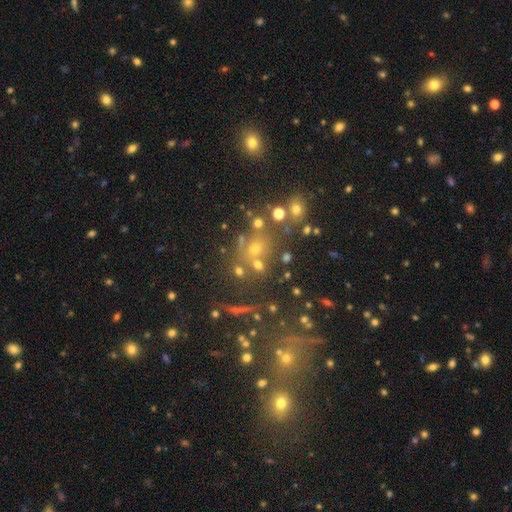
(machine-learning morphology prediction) Smooth or featured? star or artifact (43%)